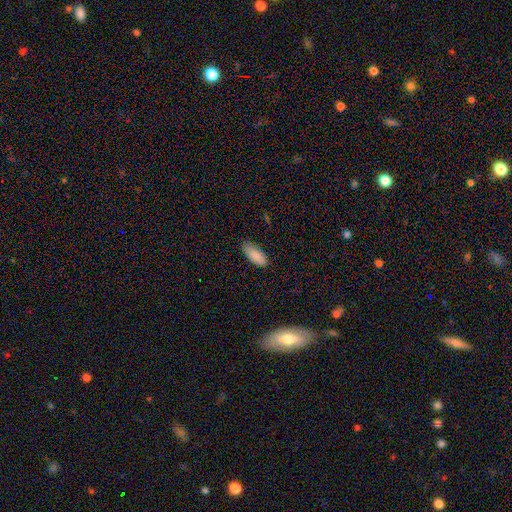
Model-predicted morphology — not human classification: This appears to be a smooth galaxy with no disk features (87%) that is in between round and cigar-shaped (85%). Merging: none (80%).